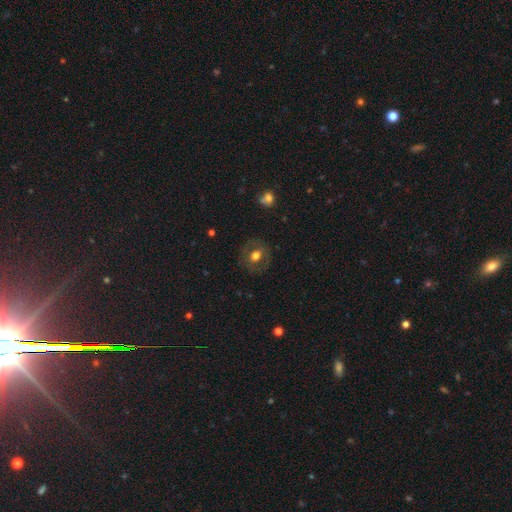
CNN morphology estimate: Smooth or featured: smooth — 52% (featured or disk — 39%)
How rounded: round — 73% (in between — 26%)
Merging: none — 81% (minor disturbance — 12%)